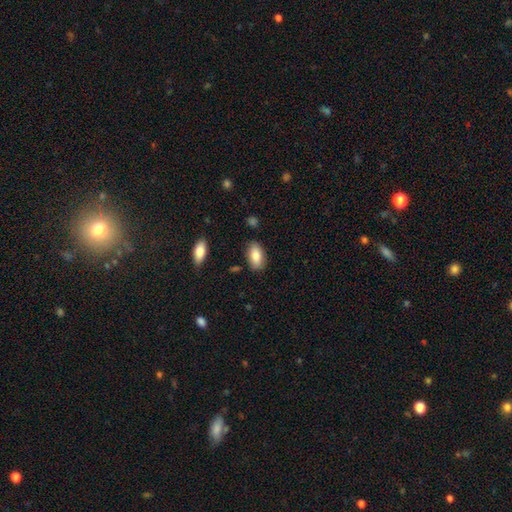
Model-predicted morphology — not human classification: type=smooth (84%); roundness=in between (93%); merging=none (84%).